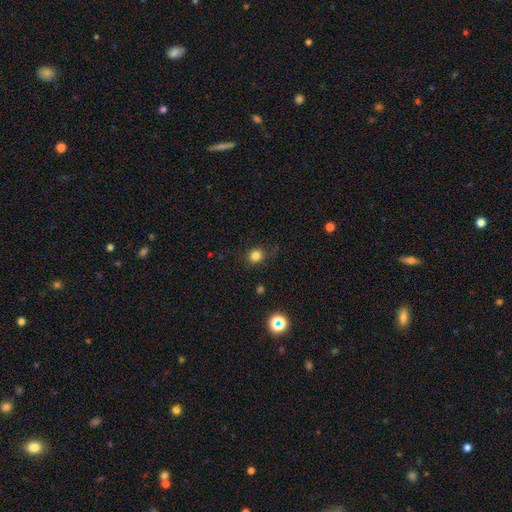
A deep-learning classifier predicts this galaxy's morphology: Overall: smooth (81%). How rounded: round (83%). Merging: none (82%).